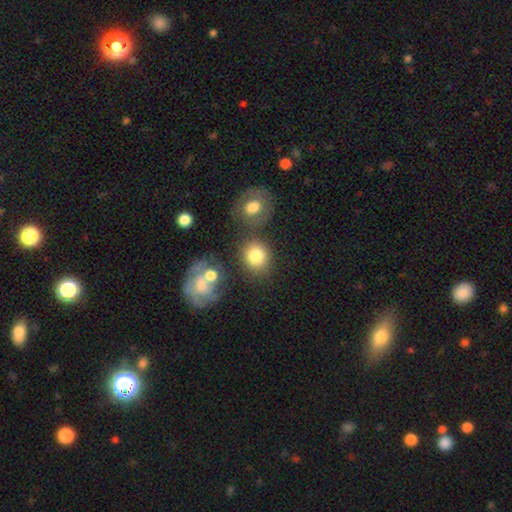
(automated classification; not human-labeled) A smooth galaxy with no disk features (81%) that is round (75%). Merging: none (66%).